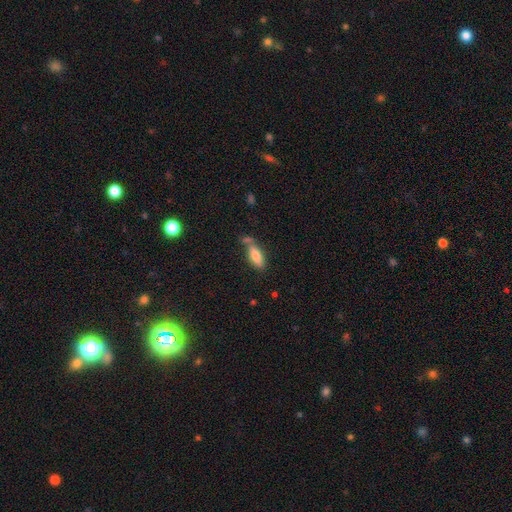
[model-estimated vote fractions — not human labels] Morphology: type=smooth (73%); roundness=in between (63%); merging=none (56%).